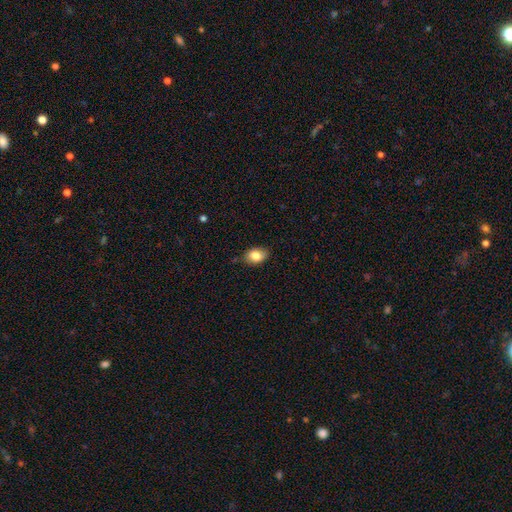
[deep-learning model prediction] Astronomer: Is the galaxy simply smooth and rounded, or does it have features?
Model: smooth — 83%.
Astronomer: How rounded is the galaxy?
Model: in between — 79%.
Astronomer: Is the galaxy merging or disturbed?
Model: none — 81%.